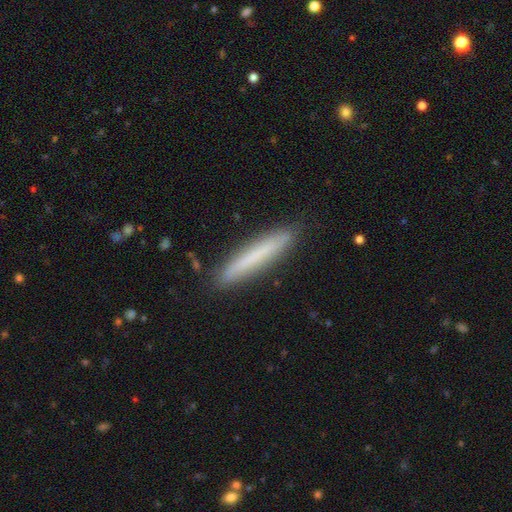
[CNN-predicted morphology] smooth 67%, featured or disk 26%, star or artifact 7%. Down the decision tree: how rounded — cigar-shaped (94%); merging — none (89%).